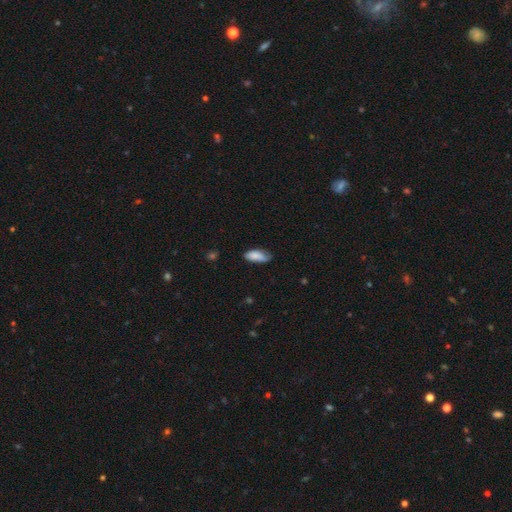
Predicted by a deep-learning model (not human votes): This appears to be a smooth galaxy with no disk features (84%) that is in between round and cigar-shaped (85%). Merging: none (64%).